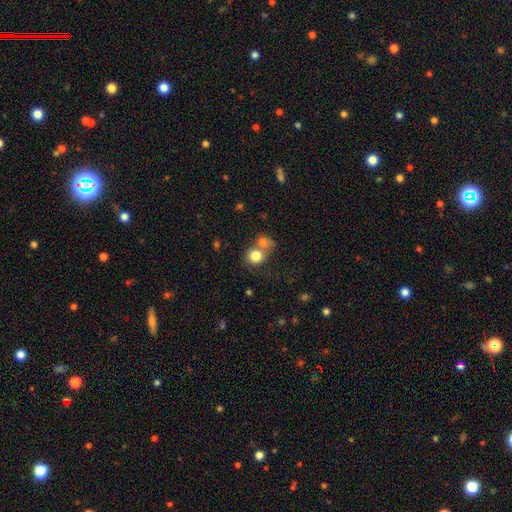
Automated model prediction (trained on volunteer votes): This is clearly a smooth galaxy (80%). How rounded: likely round (76%). Merging: possibly merger (51%).